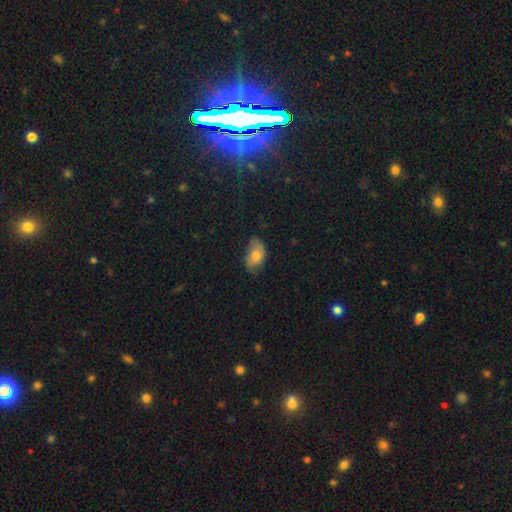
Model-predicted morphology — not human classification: smooth-or-featured: smooth: 71% | featured or disk: 21% | star or artifact: 8%
  how-rounded: in between: 90% | round: 9% | cigar-shaped: 1%
  merging: none: 59% | minor disturbance: 31% | major disturbance: 8% | merger: 1%